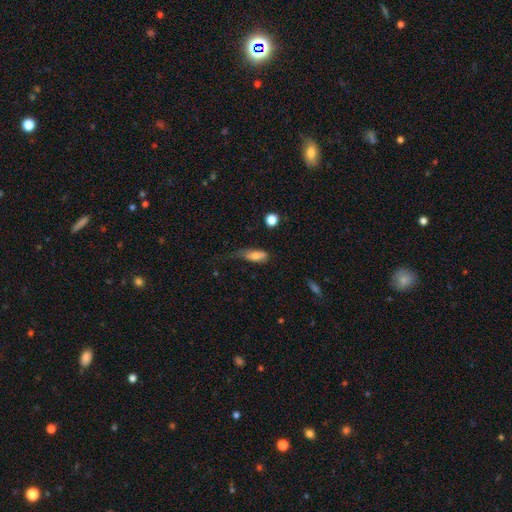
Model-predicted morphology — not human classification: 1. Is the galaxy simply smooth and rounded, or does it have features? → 72% smooth, 20% featured or disk, 8% star or artifact.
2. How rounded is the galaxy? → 75% in between, 21% cigar-shaped, 4% round.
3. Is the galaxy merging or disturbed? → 38% minor disturbance, 32% none, 27% major disturbance, 4% merger.